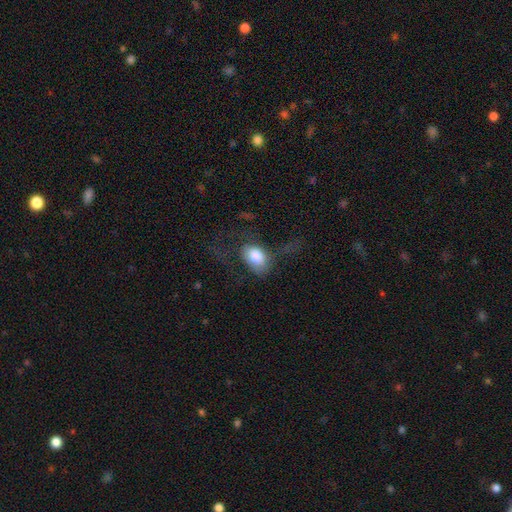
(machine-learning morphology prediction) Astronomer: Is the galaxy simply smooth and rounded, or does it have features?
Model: smooth — 76%.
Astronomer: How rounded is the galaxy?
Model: in between — 83%.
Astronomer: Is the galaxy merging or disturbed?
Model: major disturbance — 41% (runner-up: none, 35%).